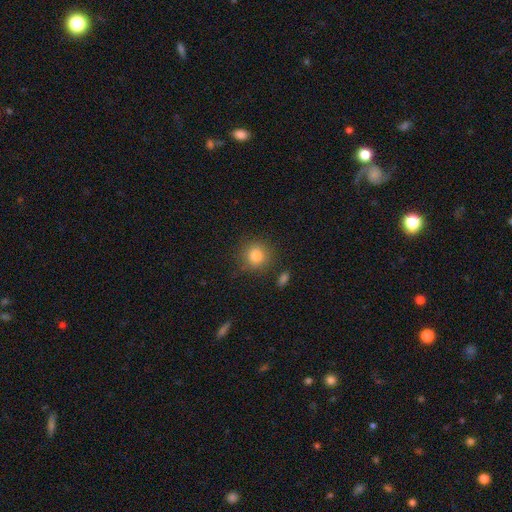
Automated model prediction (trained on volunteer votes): smooth 83%, star or artifact 11%, featured or disk 6%. Down the decision tree: how rounded — round (88%); merging — none (81%).